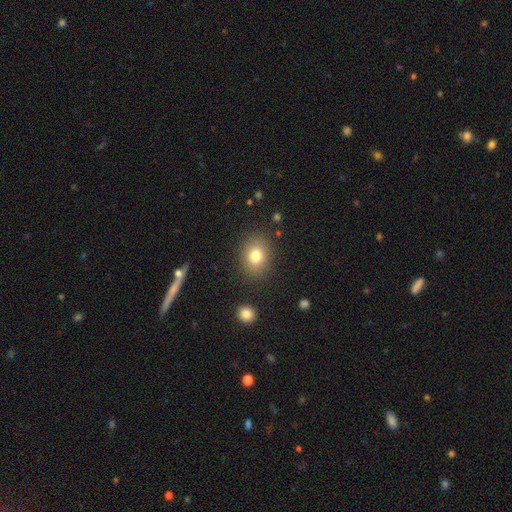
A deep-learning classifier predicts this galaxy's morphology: type=smooth (78%); roundness=round (52%); merging=none (85%).